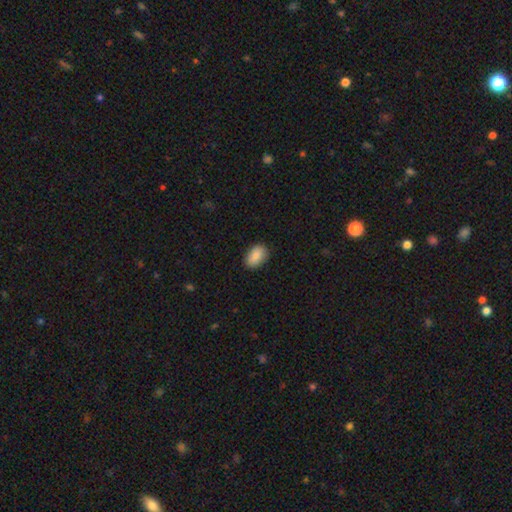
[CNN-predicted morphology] A smooth galaxy with no disk features (88%) that is in between round and cigar-shaped (90%). Merging: none (86%).